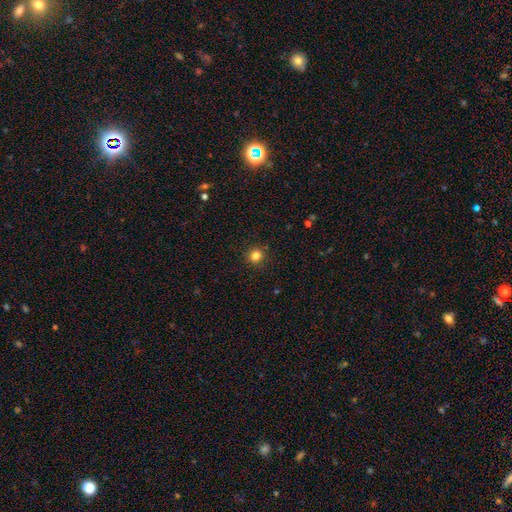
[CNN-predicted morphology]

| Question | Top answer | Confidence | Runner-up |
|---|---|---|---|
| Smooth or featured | smooth | 82% | star or artifact (13%) |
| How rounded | round | 90% | in between (9%) |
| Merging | none | 91% | minor disturbance (6%) |